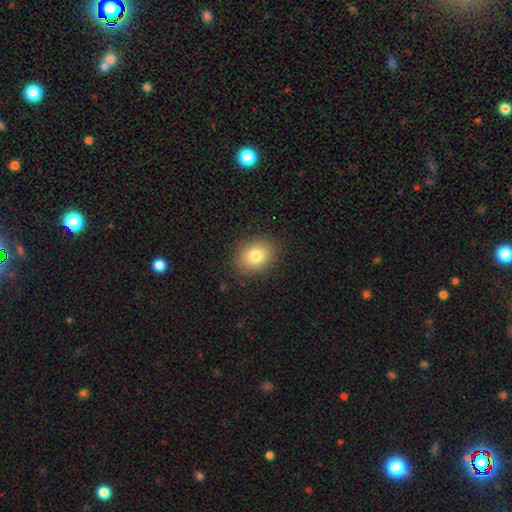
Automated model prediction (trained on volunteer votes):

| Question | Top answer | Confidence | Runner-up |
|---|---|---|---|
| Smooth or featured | smooth | 81% | star or artifact (10%) |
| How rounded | in between | 51% | round (48%) |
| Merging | none | 87% | minor disturbance (9%) |